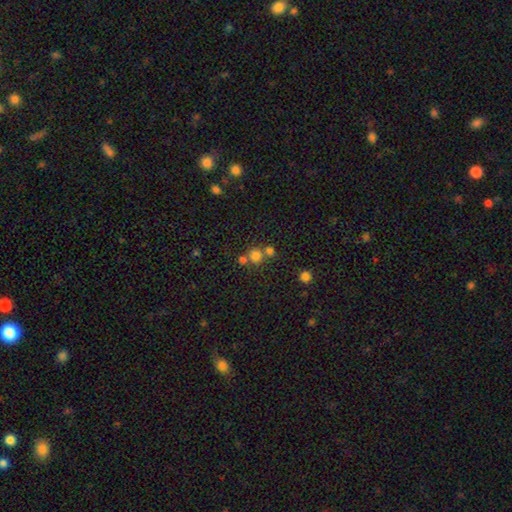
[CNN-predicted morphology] A smooth galaxy with no disk features (73%) that is round (89%).

Vote fractions:
- Smooth or featured? smooth: 73% / star or artifact: 18% / featured or disk: 9%
- How rounded? round: 89% / in between: 10% / cigar-shaped: 1%
- Merging? none: 57% / merger: 32% / minor disturbance: 7% / major disturbance: 3%